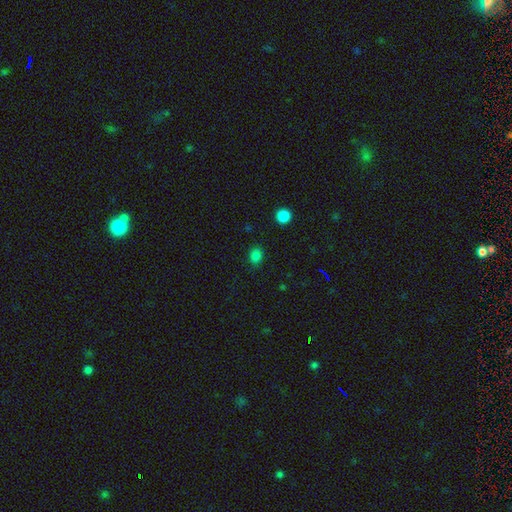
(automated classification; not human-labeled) The model was most divided on "how rounded": round: 57%, in between: 42%, cigar-shaped: 1%. More confident: merging — none (86%); smooth or featured — smooth (81%).